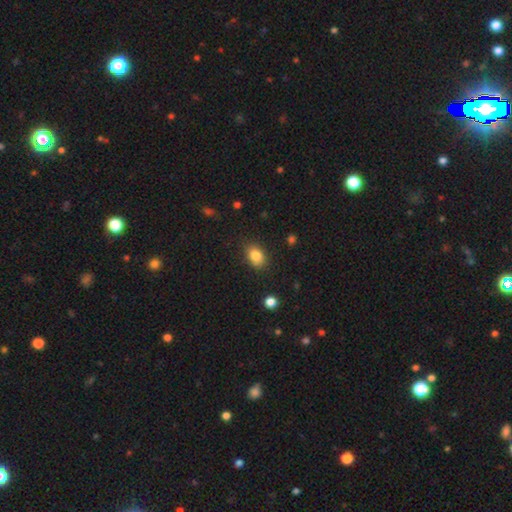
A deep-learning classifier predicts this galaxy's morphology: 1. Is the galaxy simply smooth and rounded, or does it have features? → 84% smooth, 9% star or artifact, 7% featured or disk.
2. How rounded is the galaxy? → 76% in between, 23% round, 1% cigar-shaped.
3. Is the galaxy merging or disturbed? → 82% none, 13% minor disturbance, 3% major disturbance, 2% merger.